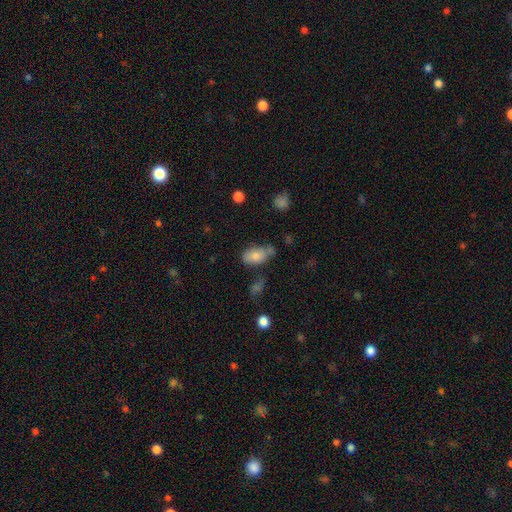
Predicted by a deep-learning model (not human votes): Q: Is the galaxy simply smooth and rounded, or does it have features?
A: smooth — 78%.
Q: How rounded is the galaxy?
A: in between — 91%.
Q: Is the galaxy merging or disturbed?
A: none — 47%.